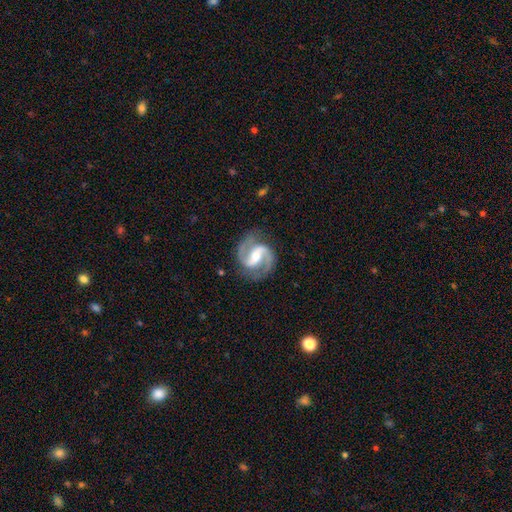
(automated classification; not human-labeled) A featured or disk galaxy (92%) with a strong bar (45%), 2 (94%) medium (63%) spiral arms (98%) and a moderate central bulge (58%).

Vote fractions:
- Smooth or featured? featured or disk: 92% / smooth: 4% / star or artifact: 4%
- Edge-on disk? no: 98% / yes: 2%
- Bar? strong: 45% / weak: 40% / no: 16%
- Spiral arms? yes: 98% / no: 2%
- Spiral winding? medium: 63% / tight: 19% / loose: 18%
- Spiral arm count? 2: 94% / can't tell: 1% / 3: 1% / 1: 1% / 4: 1% / more than 4: 1%
- Bulge size? moderate: 58% / small: 34% / large: 5% / none: 2% / dominant: 1%
- Merging? none: 83% / minor disturbance: 12% / major disturbance: 4% / merger: 1%